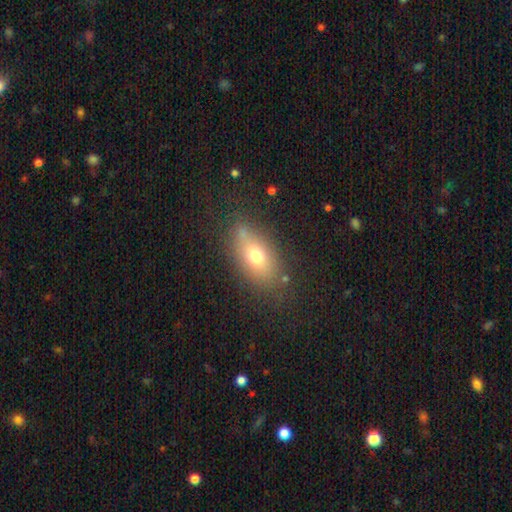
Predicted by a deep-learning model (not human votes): Overall: smooth (68%). How rounded: in between (81%). Merging: none (73%).